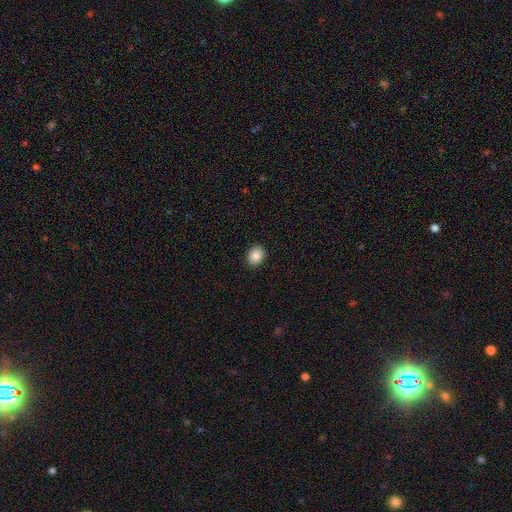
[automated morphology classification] Overall: smooth (89%). How rounded: in between (50%, tied with round). Merging: none (90%).